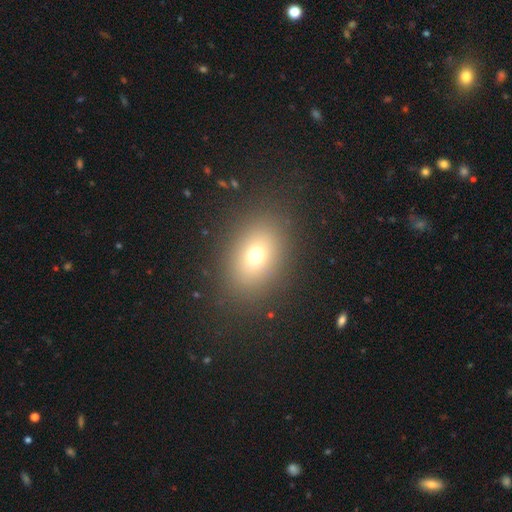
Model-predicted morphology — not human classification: smooth_or_featured: smooth (p=0.69) [alt: star or artifact p=0.17]
how_rounded: in between (p=0.69) [alt: round p=0.29]
merging: none (p=0.85) [alt: minor disturbance p=0.08]